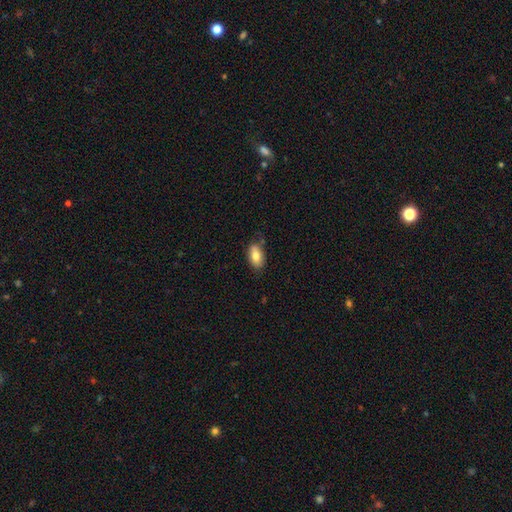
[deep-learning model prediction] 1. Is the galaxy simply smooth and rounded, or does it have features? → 79% smooth, 14% featured or disk, 7% star or artifact.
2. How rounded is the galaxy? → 91% in between, 5% round, 4% cigar-shaped.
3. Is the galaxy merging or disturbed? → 72% none, 20% minor disturbance, 4% merger, 4% major disturbance.